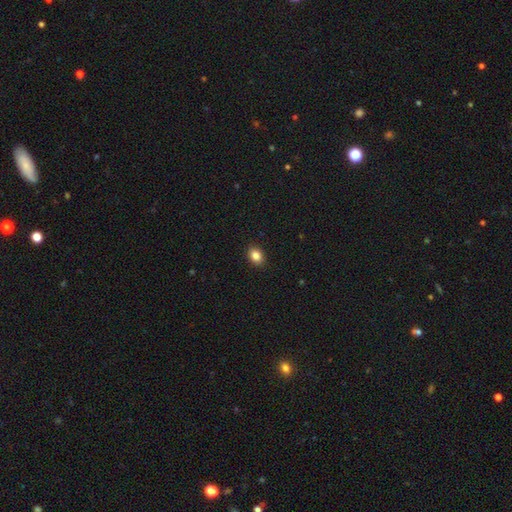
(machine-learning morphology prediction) Overall: smooth (85%). How rounded: in between (66%; round 33%). Merging: none (90%).